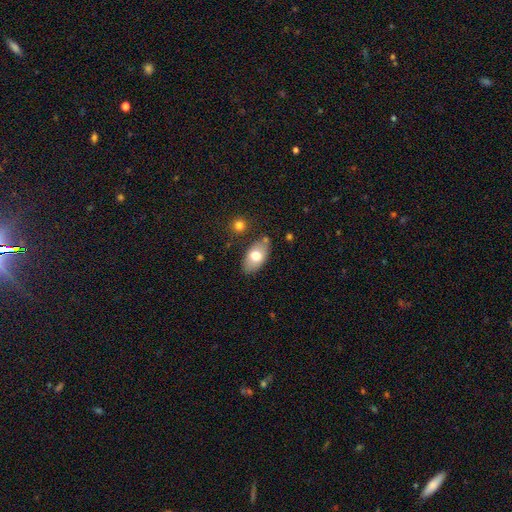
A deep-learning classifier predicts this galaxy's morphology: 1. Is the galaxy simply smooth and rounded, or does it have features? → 71% smooth, 22% featured or disk, 7% star or artifact.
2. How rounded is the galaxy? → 91% in between, 6% round, 3% cigar-shaped.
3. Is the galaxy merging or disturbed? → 77% none, 15% minor disturbance, 5% merger, 3% major disturbance.